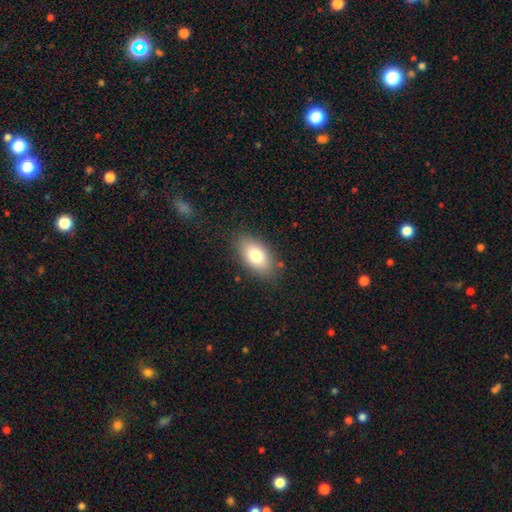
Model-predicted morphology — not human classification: type=smooth (79%); roundness=in between (92%); merging=none (84%).